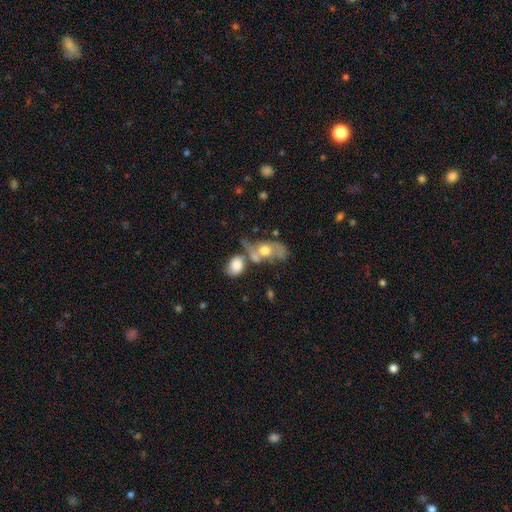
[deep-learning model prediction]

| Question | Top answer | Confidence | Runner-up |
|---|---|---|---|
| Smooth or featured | featured or disk | 41% | smooth (38%) |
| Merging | merger | 48% | none (32%) |